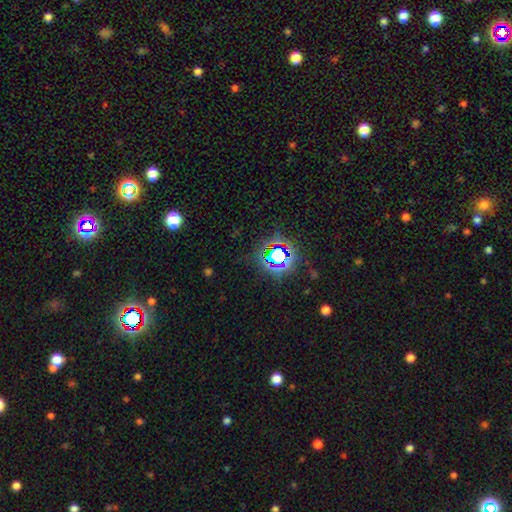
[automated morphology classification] A star or artifact, not a galaxy (78%).